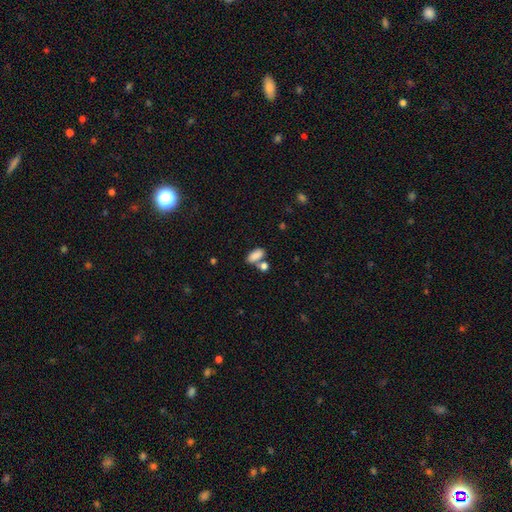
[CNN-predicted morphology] Q: Smooth or featured?
A: smooth (85%); runner-up: star or artifact (8%)
Q: How rounded?
A: in between (89%); runner-up: cigar-shaped (7%)
Q: Merging?
A: none (55%); runner-up: merger (28%)